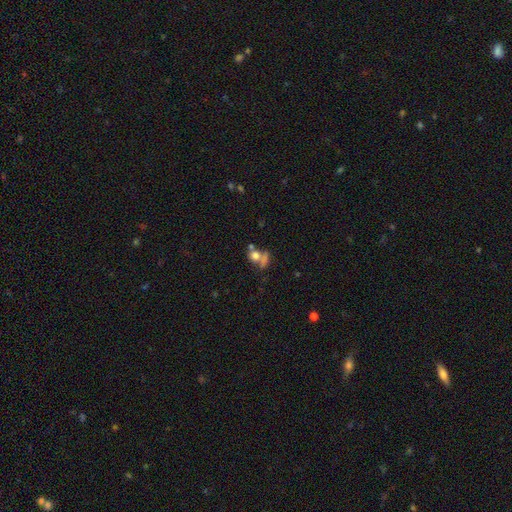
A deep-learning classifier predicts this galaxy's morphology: This is likely a smooth galaxy (68%). How rounded: likely round (67%). Merging: marginally merger (42%).